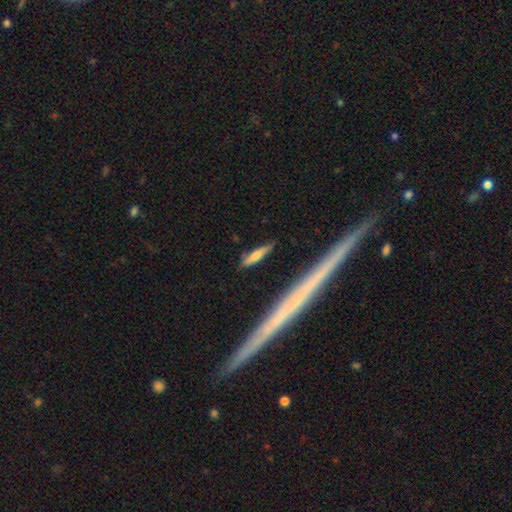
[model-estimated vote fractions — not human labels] The model was most divided on "smooth or featured": smooth: 64%, featured or disk: 29%, star or artifact: 7%. More confident: merging — none (79%); how rounded — cigar-shaped (76%).